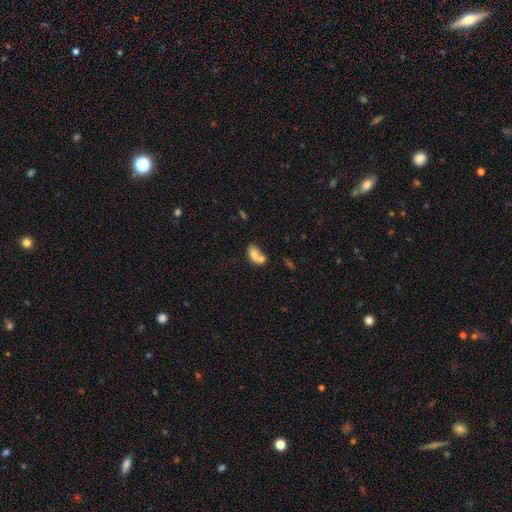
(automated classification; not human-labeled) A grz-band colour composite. It shows a smooth galaxy with no disk features (71%) that is in between round and cigar-shaped (83%). Merging: merger (65%).